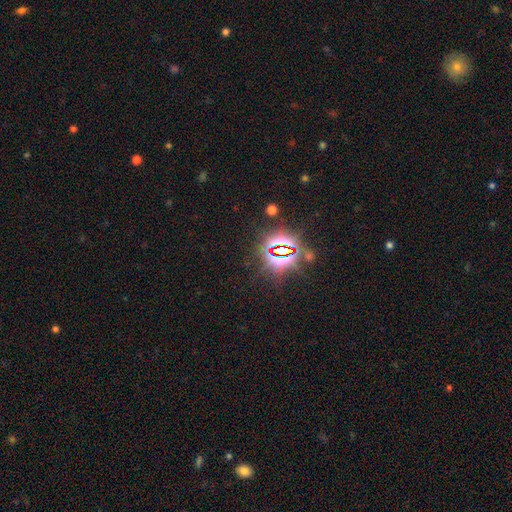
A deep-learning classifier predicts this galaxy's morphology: star or artifact 85%, smooth 9%, featured or disk 6%.